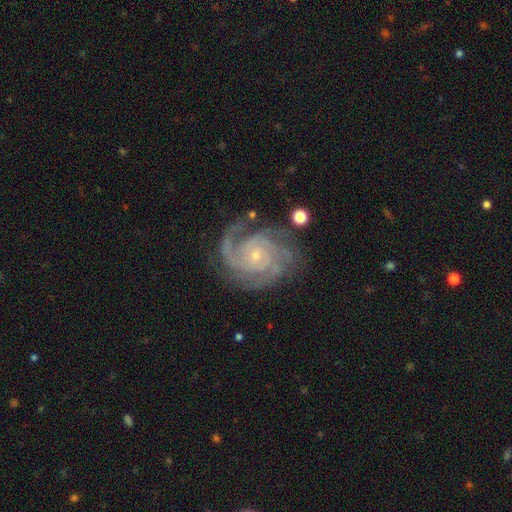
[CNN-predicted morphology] A featured or disk galaxy (92%) with no bar (74%), 3 (42%) tight (67%) spiral arms (98%) and a small central bulge (80%). Merging: none (74%).